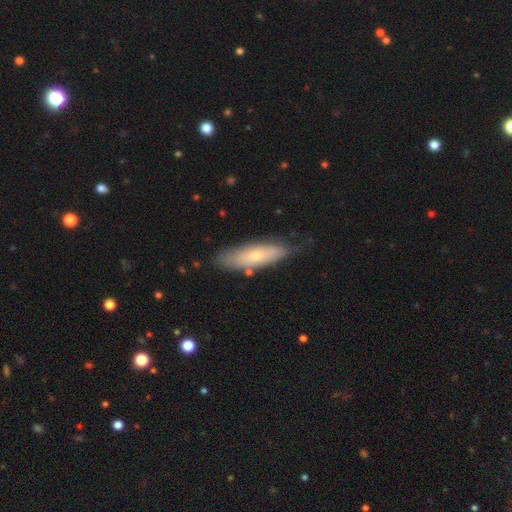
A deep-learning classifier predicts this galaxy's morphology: Smooth or featured: smooth — 57% (featured or disk — 37%)
How rounded: cigar-shaped — 52% (in between — 46%)
Merging: none — 70% (minor disturbance — 22%)